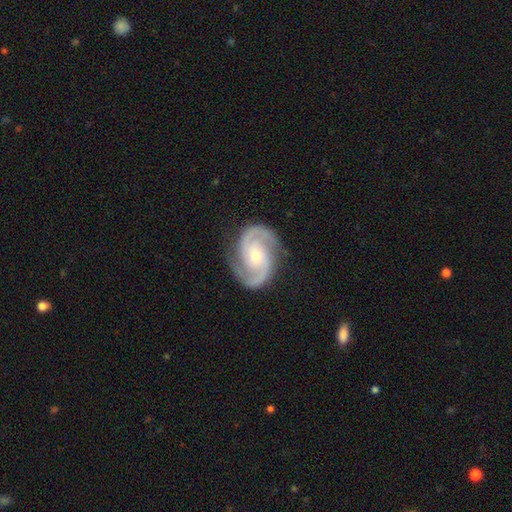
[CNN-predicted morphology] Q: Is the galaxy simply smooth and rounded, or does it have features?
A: featured or disk — 93%.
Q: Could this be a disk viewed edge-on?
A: no — 98%.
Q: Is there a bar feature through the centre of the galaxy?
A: no — 56%.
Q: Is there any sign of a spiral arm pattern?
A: yes — 99%.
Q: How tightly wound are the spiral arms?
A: medium — 55%.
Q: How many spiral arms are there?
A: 2 — 94%.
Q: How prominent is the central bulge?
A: moderate — 49%.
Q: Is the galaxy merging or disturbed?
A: none — 85%.